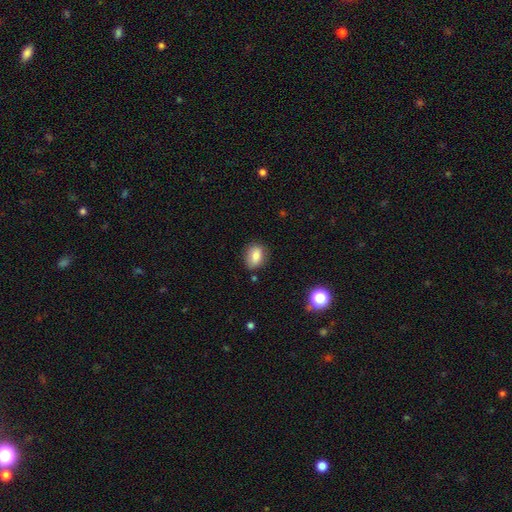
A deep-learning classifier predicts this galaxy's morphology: smooth 81%, featured or disk 10%, star or artifact 9%. Down the decision tree: how rounded — in between (66%); merging — none (79%).